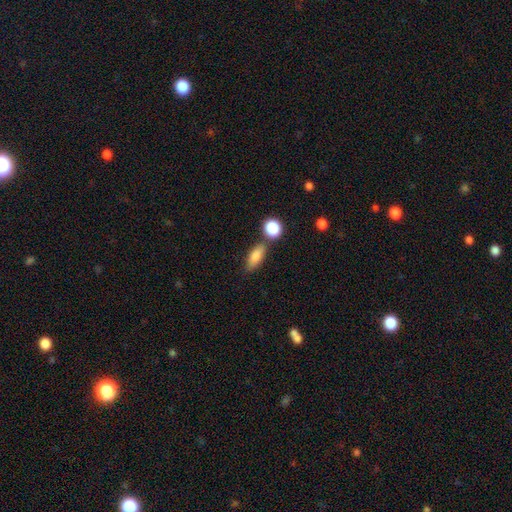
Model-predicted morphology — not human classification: Q: Smooth or featured?
A: smooth (81%); runner-up: featured or disk (11%)
Q: How rounded?
A: in between (71%); runner-up: cigar-shaped (23%)
Q: Merging?
A: none (67%); runner-up: minor disturbance (14%)